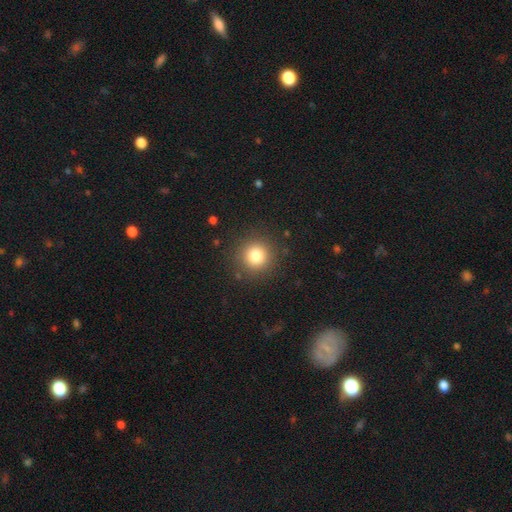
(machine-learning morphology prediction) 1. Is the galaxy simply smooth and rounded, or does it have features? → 80% smooth, 12% star or artifact, 7% featured or disk.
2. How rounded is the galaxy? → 94% round, 5% in between, 1% cigar-shaped.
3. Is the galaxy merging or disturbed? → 88% none, 7% minor disturbance, 3% major disturbance, 1% merger.